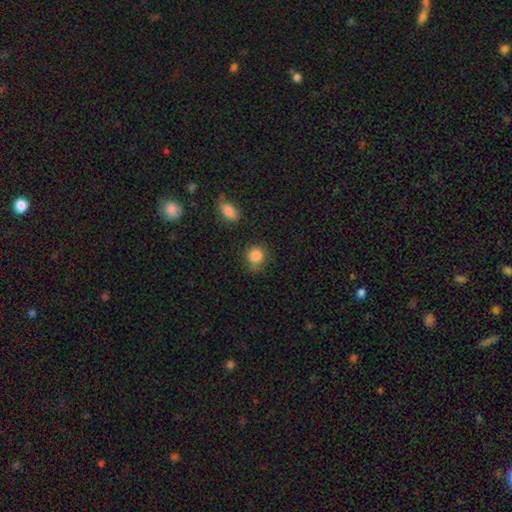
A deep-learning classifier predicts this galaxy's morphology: Smooth or featured? smooth (86%)
How rounded? round (84%)
Merging? none (73%)